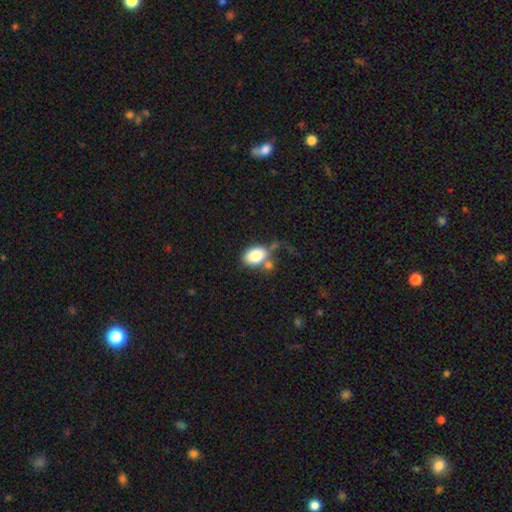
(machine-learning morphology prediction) Smooth or featured? Predicted: smooth (p=0.82). How rounded? Predicted: in between (p=0.80). Merging? Predicted: none (p=0.48).